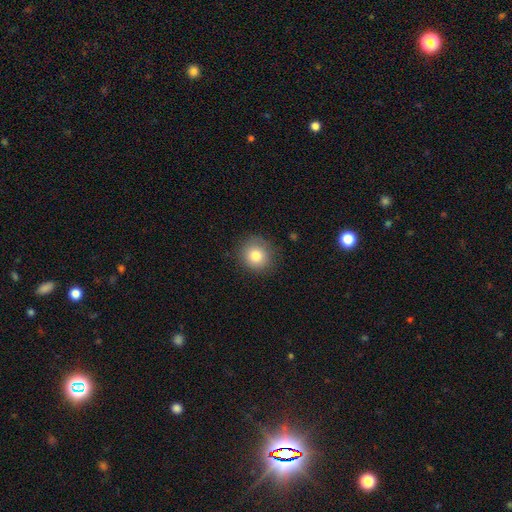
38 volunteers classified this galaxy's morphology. smooth_or_featured: smooth (p=0.84) [alt: featured or disk p=0.13]
how_rounded: round (p=0.84) [alt: in between p=0.16]
merging: none (p=0.86) [alt: minor disturbance p=0.14]